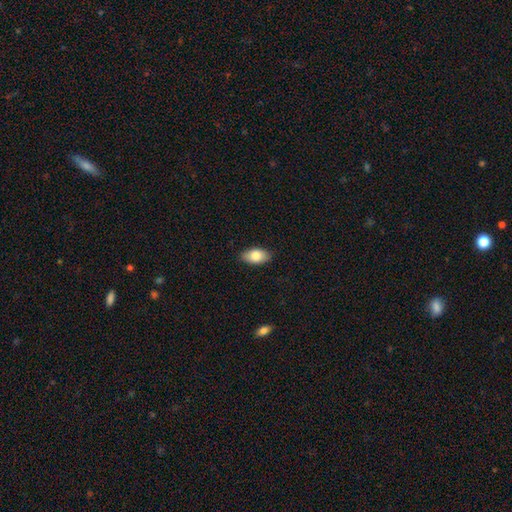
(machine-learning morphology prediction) A smooth galaxy with no disk features (82%) that is in between round and cigar-shaped (93%). Merging: none (87%).